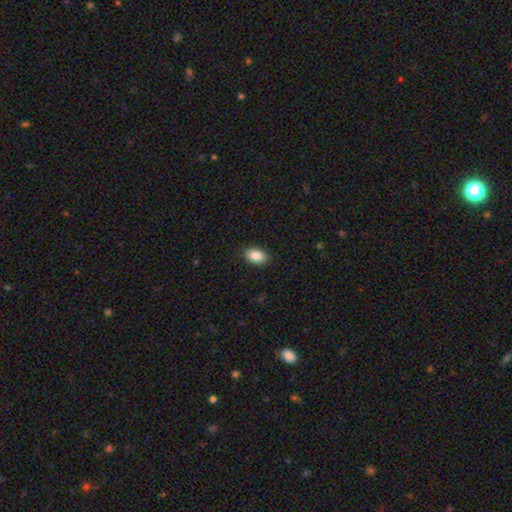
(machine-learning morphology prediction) type=smooth (88%); roundness=in between (90%); merging=none (89%).